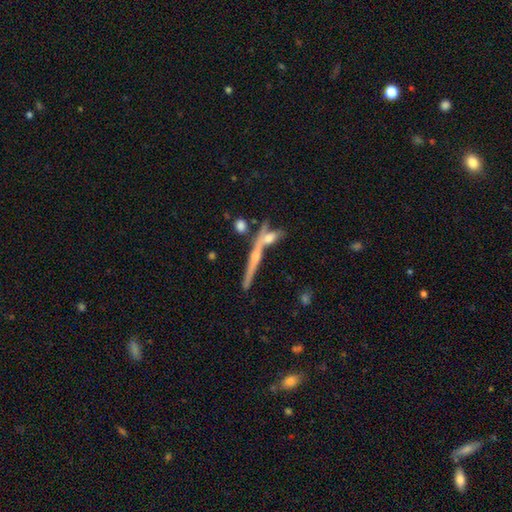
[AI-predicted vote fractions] This appears to be a featured or disk galaxy (66%) viewed edge-on (89%) with a rounded central bulge (65%). Merging: none (54%).